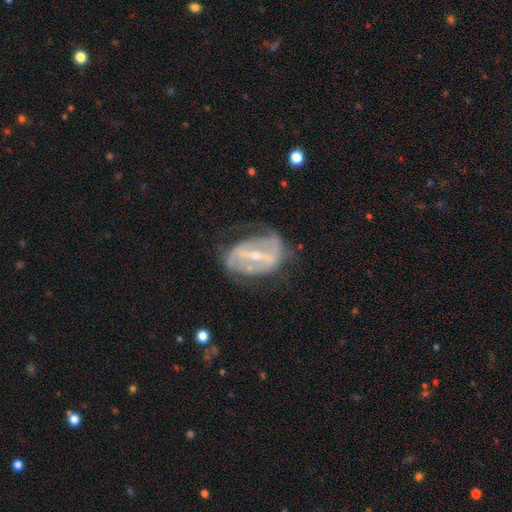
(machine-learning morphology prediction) This is clearly a featured or disk galaxy (83%). It is clearly not viewed edge-on (93%). Bar: likely strong (69%). Spiral arm pattern: likely yes (68%). Spiral arm count: likely 2 (62%). Spiral winding: marginally medium (38%). Central bulge: possibly small (58%). Merging: possibly none (53%).